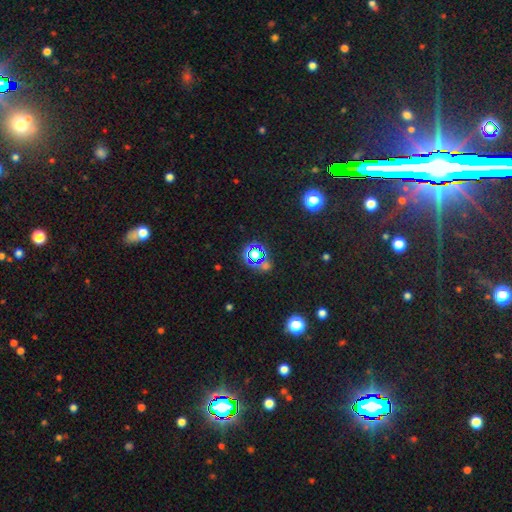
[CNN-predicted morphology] This is likely a star or artifact rather than a galaxy (74%).